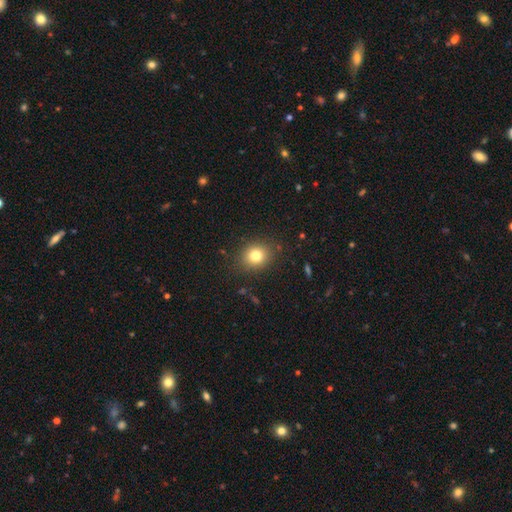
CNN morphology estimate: The model was most divided on "how rounded": round: 69%, in between: 30%, cigar-shaped: 1%. More confident: merging — none (86%); smooth or featured — smooth (79%).